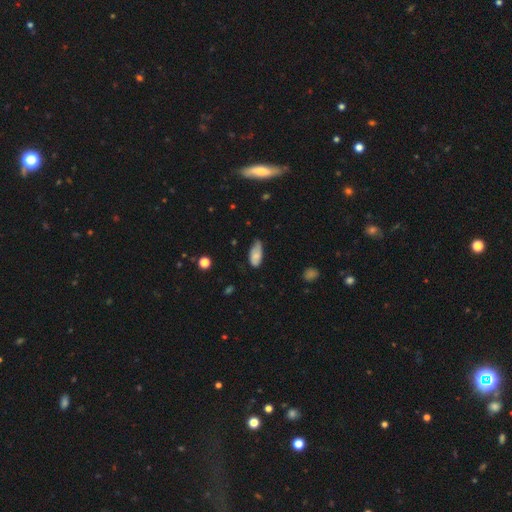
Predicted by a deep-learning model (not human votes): smooth-or-featured: smooth: 76% | featured or disk: 17% | star or artifact: 8%
  how-rounded: in between: 90% | cigar-shaped: 7% | round: 3%
  merging: none: 50% | minor disturbance: 40% | major disturbance: 8% | merger: 2%